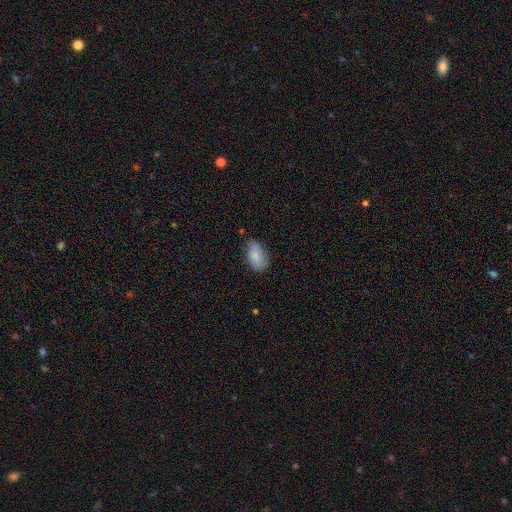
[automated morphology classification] Overall: smooth (84%). How rounded: in between (94%). Merging: none (71%).